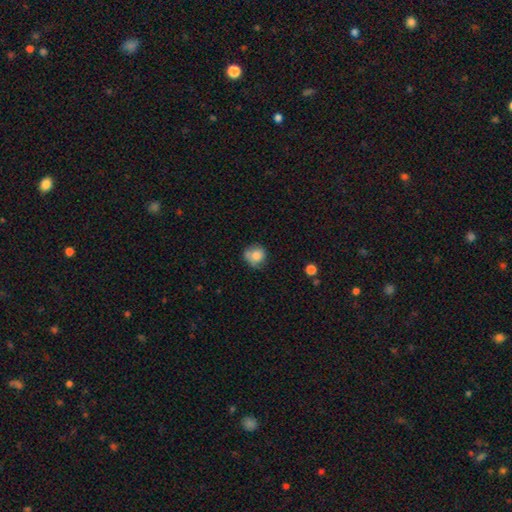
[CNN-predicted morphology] Smooth or featured: smooth — 77% (featured or disk — 14%)
How rounded: round — 81% (in between — 18%)
Merging: none — 49% (minor disturbance — 30%)